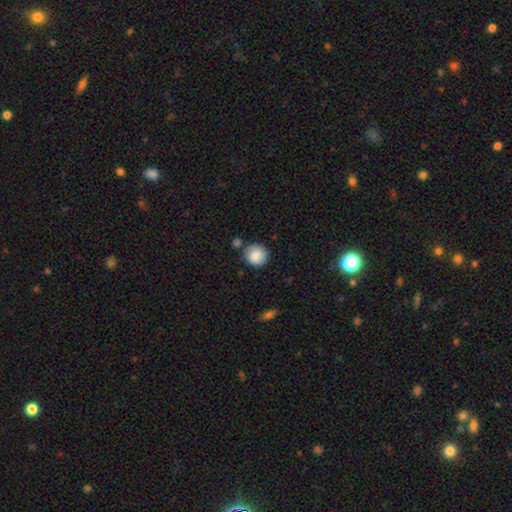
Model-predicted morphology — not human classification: The model was most divided on "merging": none: 74%, minor disturbance: 14%, merger: 8%, major disturbance: 4%. More confident: how rounded — round (89%); smooth or featured — smooth (86%).